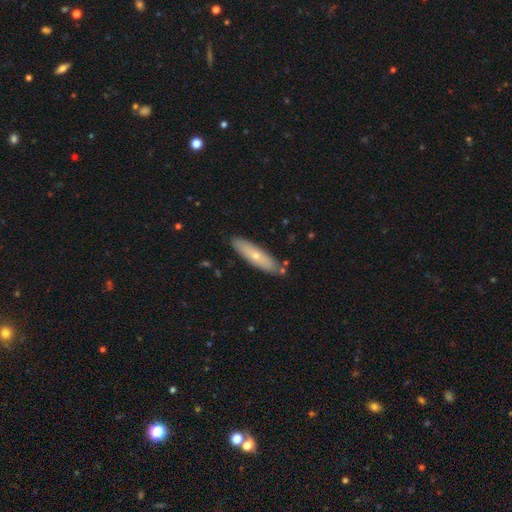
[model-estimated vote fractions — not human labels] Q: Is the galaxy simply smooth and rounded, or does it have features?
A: smooth — 59%.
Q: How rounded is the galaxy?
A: cigar-shaped — 72%.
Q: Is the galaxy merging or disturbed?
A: none — 84%.